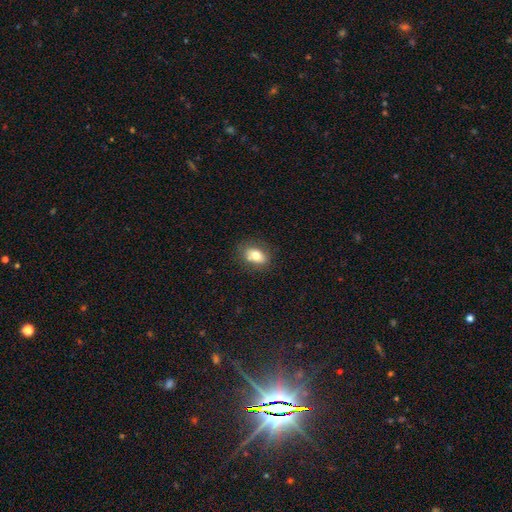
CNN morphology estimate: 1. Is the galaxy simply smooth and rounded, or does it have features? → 74% smooth, 17% featured or disk, 9% star or artifact.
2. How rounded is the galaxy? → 80% in between, 17% round, 3% cigar-shaped.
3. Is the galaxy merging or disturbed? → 73% none, 17% minor disturbance, 6% merger, 4% major disturbance.